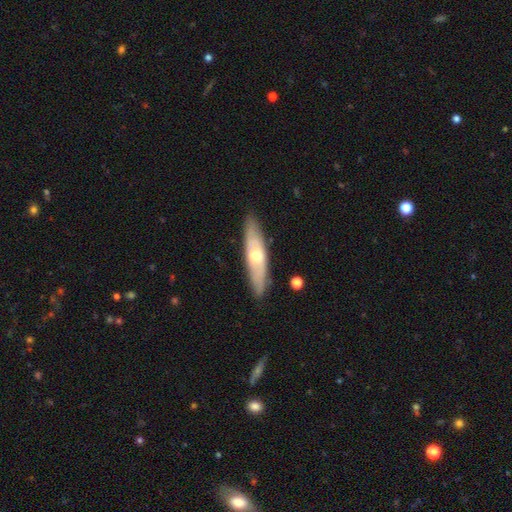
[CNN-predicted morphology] Smooth or featured?
  - featured or disk: 56% *
  - smooth: 38%
  - star or artifact: 5%
Edge-on disk?
  - yes: 54% *
  - no: 46%
Merging?
  - none: 84% *
  - minor disturbance: 12%
  - major disturbance: 3%
  - merger: 1%